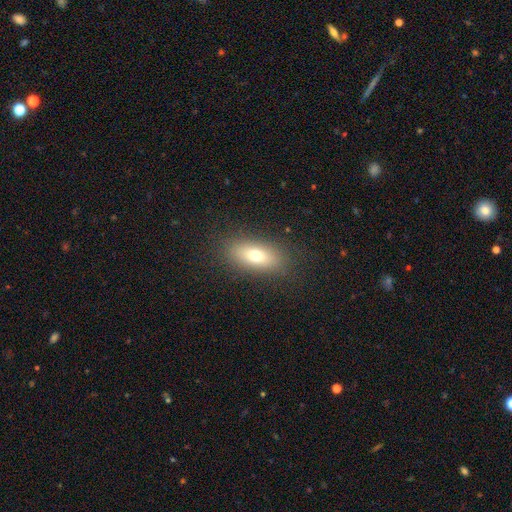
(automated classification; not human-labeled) Smooth or featured?
  - smooth: 71% *
  - featured or disk: 19%
  - star or artifact: 10%
How rounded?
  - in between: 79% *
  - cigar-shaped: 15%
  - round: 6%
Merging?
  - none: 86% *
  - minor disturbance: 9%
  - major disturbance: 3%
  - merger: 1%